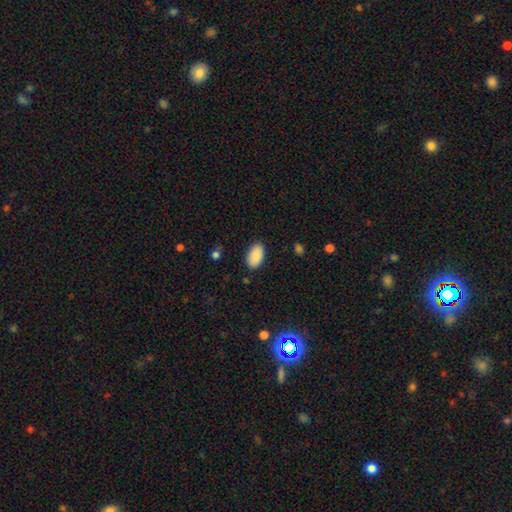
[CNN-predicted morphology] smooth-or-featured: smooth: 90% | star or artifact: 6% | featured or disk: 4%
  how-rounded: in between: 95% | round: 3% | cigar-shaped: 2%
  merging: none: 87% | minor disturbance: 9% | major disturbance: 2% | merger: 1%